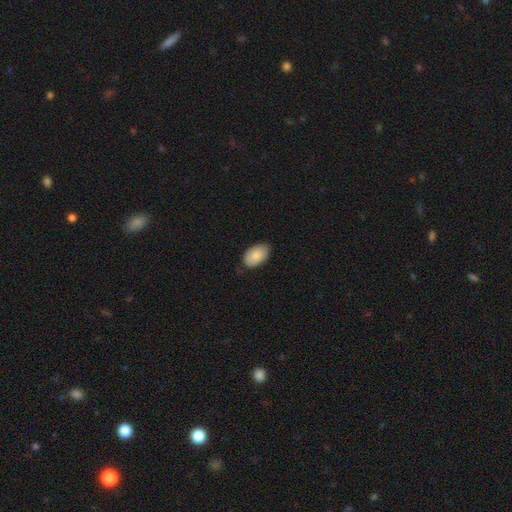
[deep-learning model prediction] Smooth or featured? smooth (85%)
How rounded? in between (94%)
Merging? none (79%)